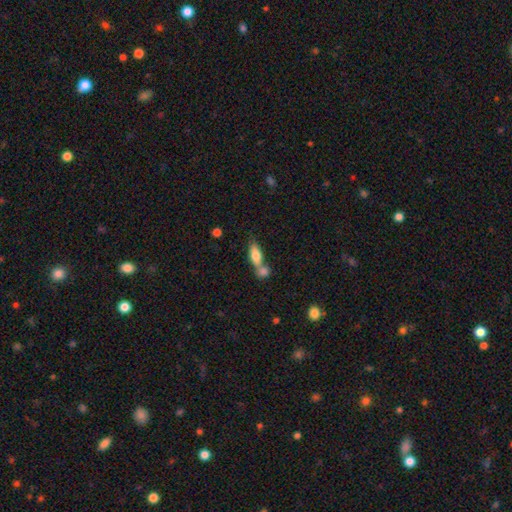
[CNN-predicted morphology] smooth 75%, featured or disk 18%, star or artifact 8%. Down the decision tree: how rounded — in between (73%); merging — merger (52%).